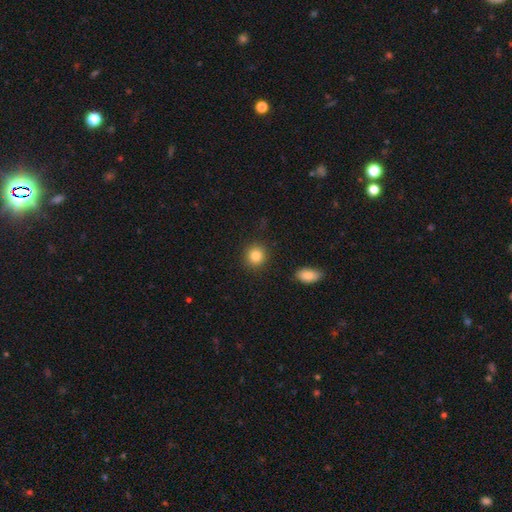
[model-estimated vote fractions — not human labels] This is clearly a smooth galaxy (85%). How rounded: clearly round (86%). Merging: clearly none (89%).